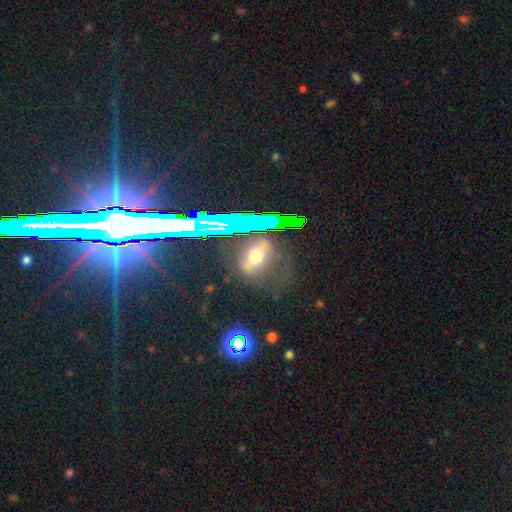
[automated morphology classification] Smooth or featured? Predicted: featured or disk (p=0.40). Merging? Predicted: none (p=0.63).